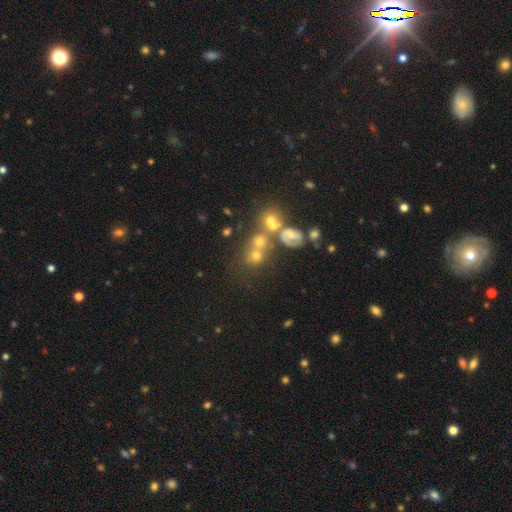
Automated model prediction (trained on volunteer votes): A smooth galaxy with no disk features (57%) that is round (69%).

Vote fractions:
- Smooth or featured? smooth: 57% / featured or disk: 24% / star or artifact: 19%
- How rounded? round: 69% / in between: 29% / cigar-shaped: 2%
- Merging? merger: 42% / none: 38% / minor disturbance: 11% / major disturbance: 9%